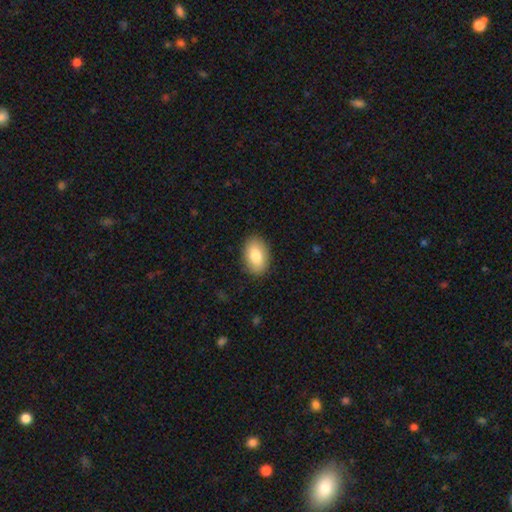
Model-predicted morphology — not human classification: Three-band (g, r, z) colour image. It shows a smooth galaxy with no disk features (81%) that is in between round and cigar-shaped (88%). Merging: none (88%).